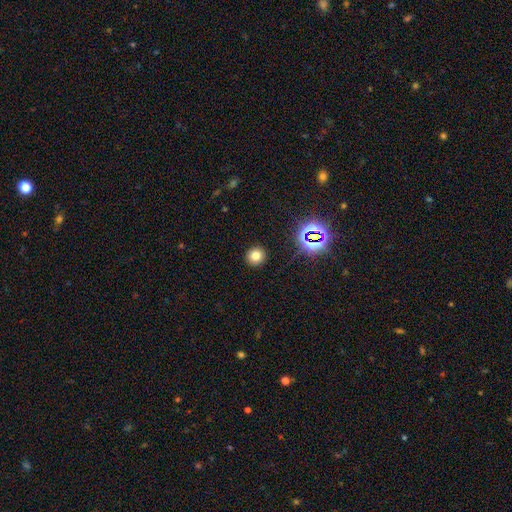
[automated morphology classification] smooth 73%, star or artifact 19%, featured or disk 8%. Down the decision tree: how rounded — round (91%); merging — none (91%).